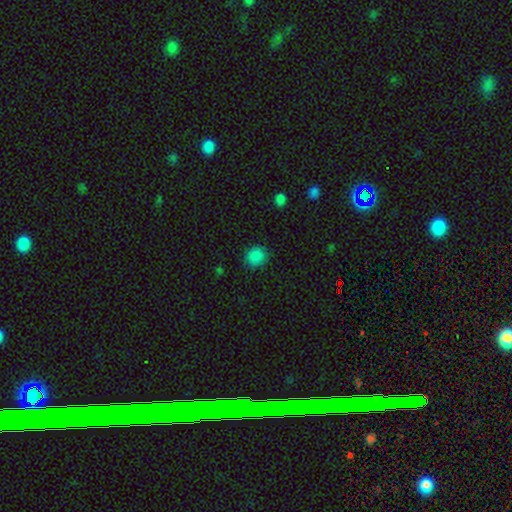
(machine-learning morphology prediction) This is clearly a smooth galaxy (86%). How rounded: clearly round (81%). Merging: clearly none (87%).